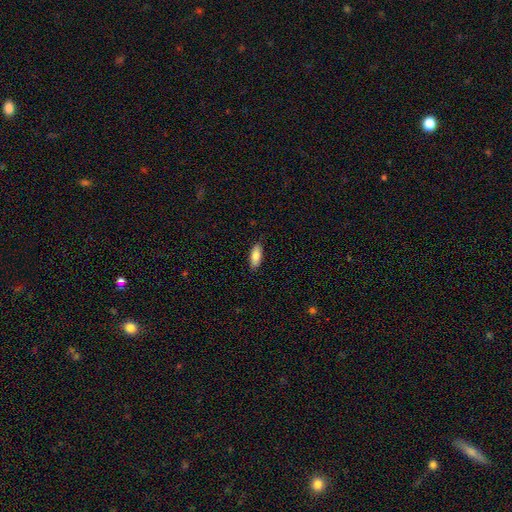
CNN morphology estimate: smooth-or-featured: smooth: 83% | featured or disk: 11% | star or artifact: 6%
  how-rounded: in between: 79% | cigar-shaped: 19% | round: 2%
  merging: none: 88% | minor disturbance: 9% | major disturbance: 2% | merger: 1%